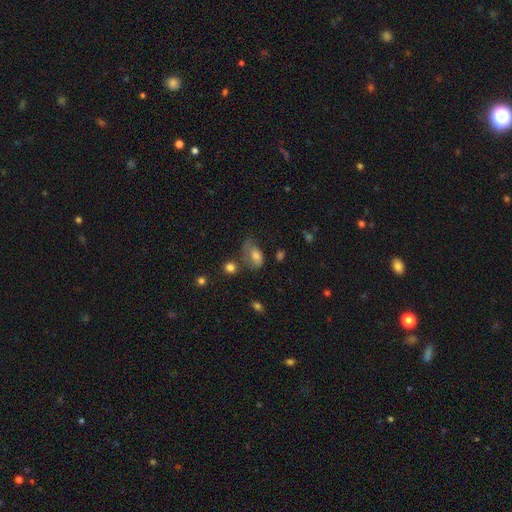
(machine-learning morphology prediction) A smooth galaxy with no disk features (69%) that is in between round and cigar-shaped (87%). Merging: none (35%).